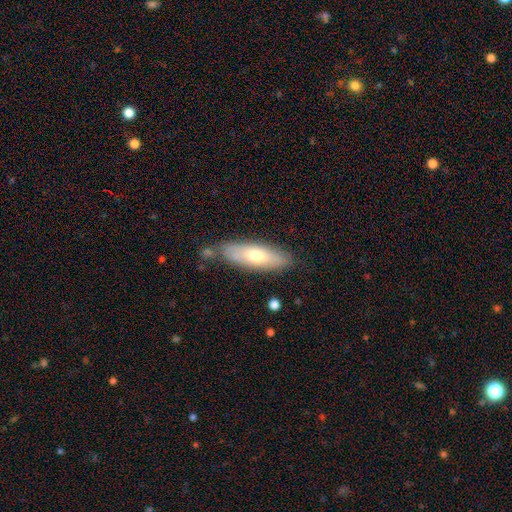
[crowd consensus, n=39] smooth-or-featured: smooth: 64% | featured or disk: 33% | star or artifact: 3%
  how-rounded: in between: 68% | cigar-shaped: 28% | round: 4%
  merging: none: 61% | minor disturbance: 32% | merger: 8% | major disturbance: 0%